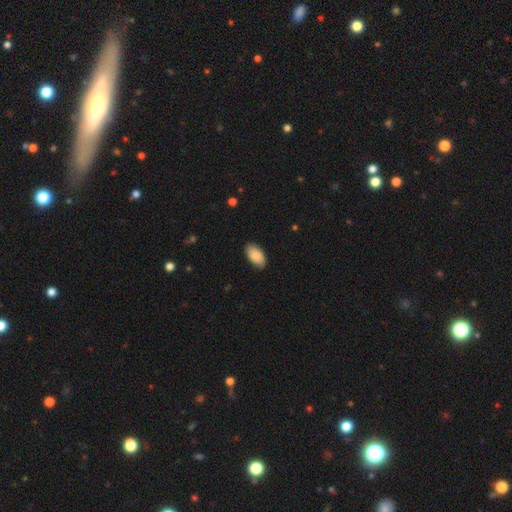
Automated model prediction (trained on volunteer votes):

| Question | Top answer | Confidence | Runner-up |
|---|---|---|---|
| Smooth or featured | smooth | 86% | featured or disk (8%) |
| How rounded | in between | 96% | round (3%) |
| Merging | none | 87% | minor disturbance (10%) |